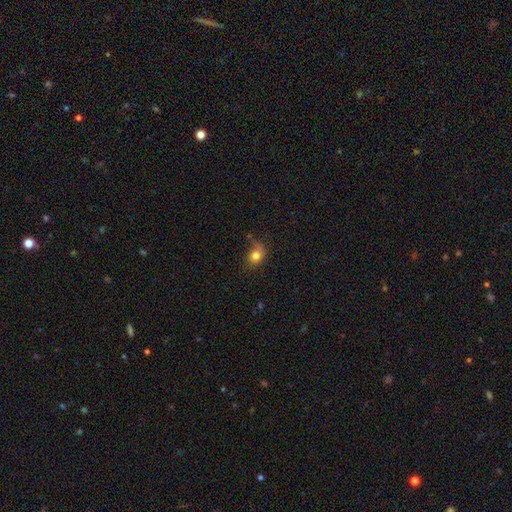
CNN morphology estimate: type=smooth (75%); roundness=round (50%); merging=none (43%).